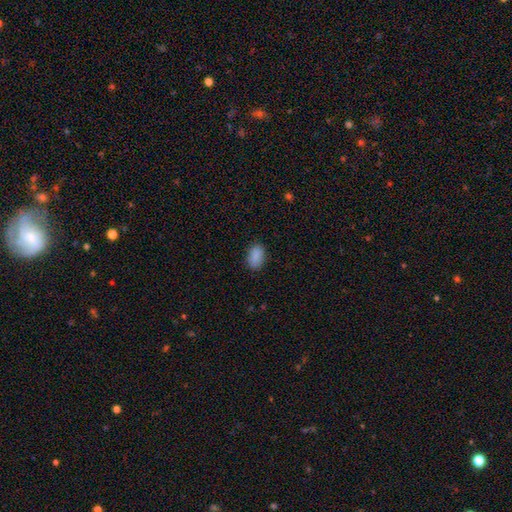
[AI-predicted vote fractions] Q: Smooth or featured?
A: smooth (88%); runner-up: star or artifact (8%)
Q: How rounded?
A: in between (90%); runner-up: round (8%)
Q: Merging?
A: none (84%); runner-up: minor disturbance (12%)